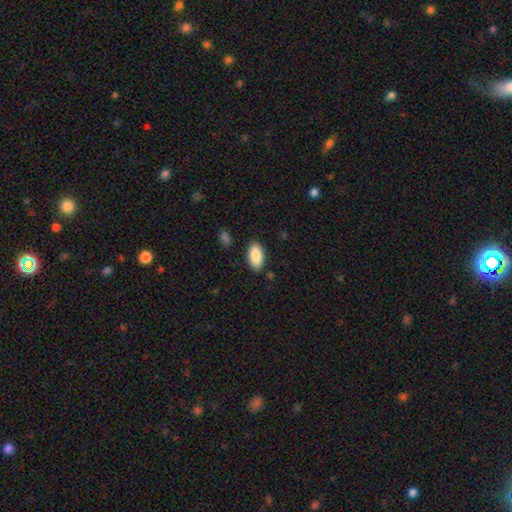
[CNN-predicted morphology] Smooth or featured? Predicted: smooth (p=0.89). How rounded? Predicted: in between (p=0.94). Merging? Predicted: none (p=0.86).